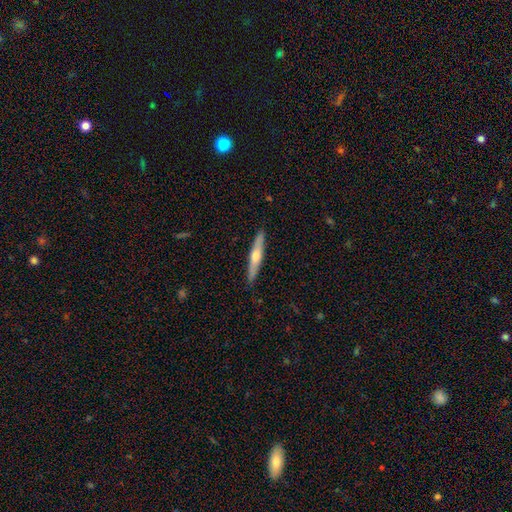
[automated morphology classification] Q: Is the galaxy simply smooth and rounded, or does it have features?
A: featured or disk — 52%.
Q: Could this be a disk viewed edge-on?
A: yes — 93%.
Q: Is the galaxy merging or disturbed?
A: none — 90%.